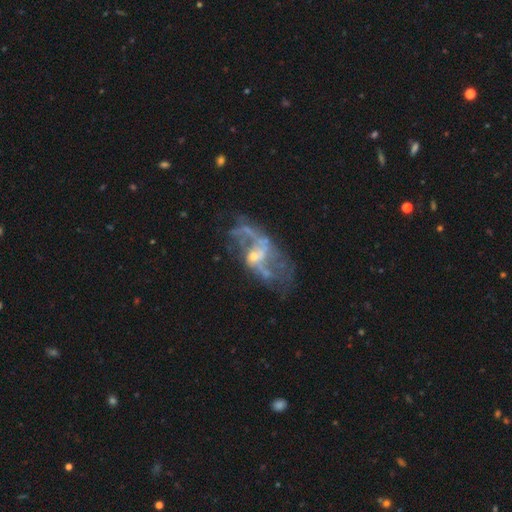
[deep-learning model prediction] The model was most divided on "merging": none: 45%, major disturbance: 28%, minor disturbance: 18%, merger: 8%. More confident: edge-on disk — no (97%); smooth or featured — featured or disk (82%); spiral arms — yes (78%); spiral winding — loose (66%); spiral arm count — 2 (62%); bulge size — small (58%); bar — no (55%).